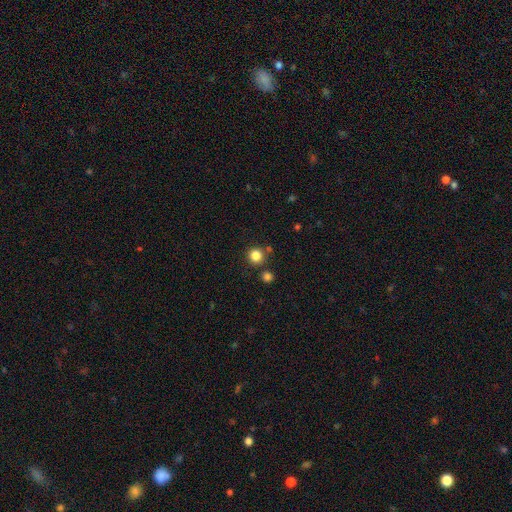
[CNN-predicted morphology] A smooth galaxy with no disk features (84%) that is round (92%).

Vote fractions:
- Smooth or featured? smooth: 84% / star or artifact: 12% / featured or disk: 4%
- How rounded? round: 92% / in between: 7% / cigar-shaped: 1%
- Merging? none: 82% / merger: 8% / minor disturbance: 8% / major disturbance: 3%